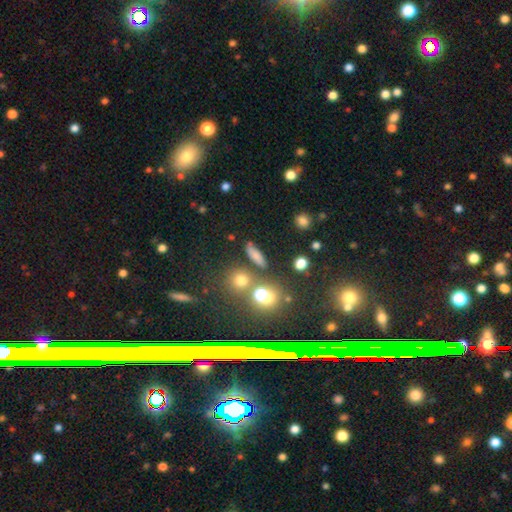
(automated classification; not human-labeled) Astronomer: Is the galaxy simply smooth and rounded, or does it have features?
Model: smooth — 70%.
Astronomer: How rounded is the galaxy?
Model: cigar-shaped — 45% (runner-up: in between, 31%).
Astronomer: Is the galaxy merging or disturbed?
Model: none — 71%.